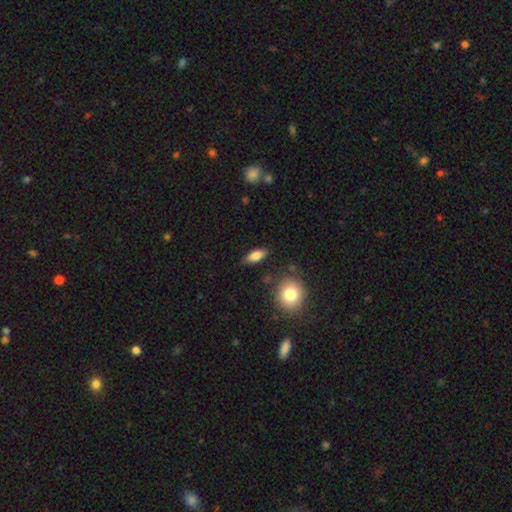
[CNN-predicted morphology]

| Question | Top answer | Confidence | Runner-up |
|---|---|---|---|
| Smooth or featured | smooth | 80% | featured or disk (13%) |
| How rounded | in between | 77% | cigar-shaped (19%) |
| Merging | none | 79% | minor disturbance (14%) |